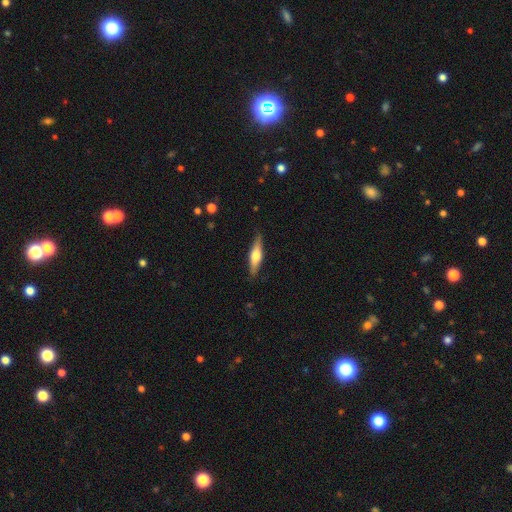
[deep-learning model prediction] This appears to be a featured or disk galaxy (49%). Merging: none (86%).